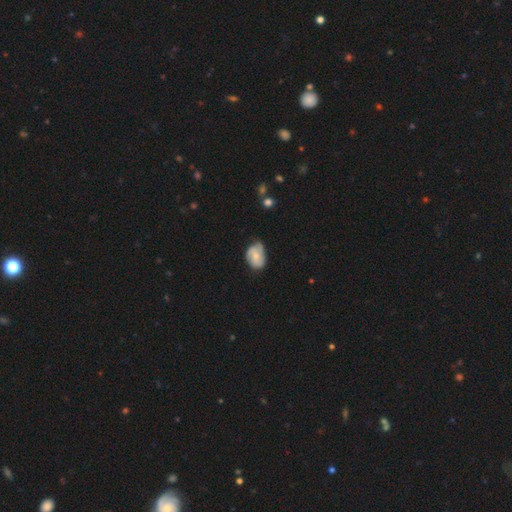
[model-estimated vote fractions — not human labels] smooth_or_featured: smooth (p=0.50) [alt: featured or disk p=0.43]
how_rounded: in between (p=0.74) [alt: round p=0.25]
merging: none (p=0.46) [alt: minor disturbance p=0.42]